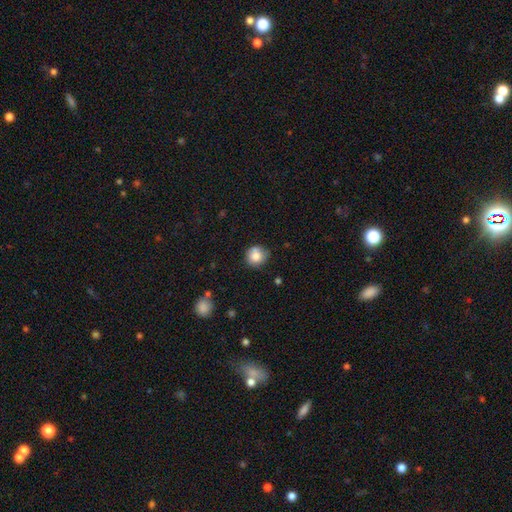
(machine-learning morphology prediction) Smooth or featured? Predicted: smooth (p=0.80). How rounded? Predicted: round (p=0.85). Merging? Predicted: none (p=0.67).